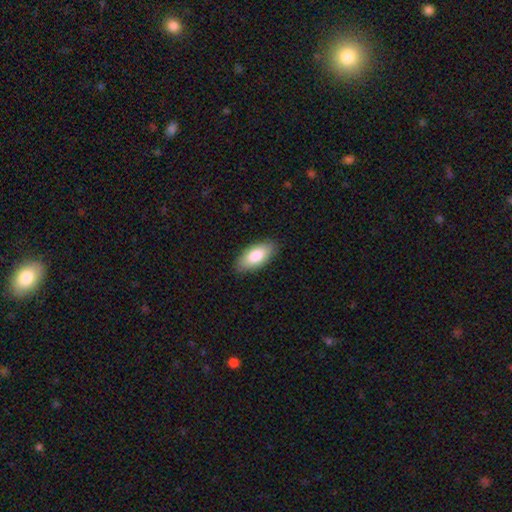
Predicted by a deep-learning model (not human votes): This is clearly a smooth galaxy (83%). How rounded: clearly in between (90%). Merging: clearly none (87%).